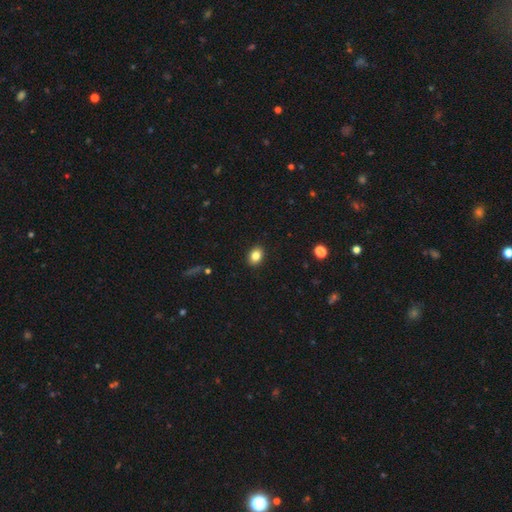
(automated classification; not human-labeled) Smooth or featured: smooth — 83% (star or artifact — 10%)
How rounded: in between — 69% (round — 30%)
Merging: none — 90% (minor disturbance — 7%)